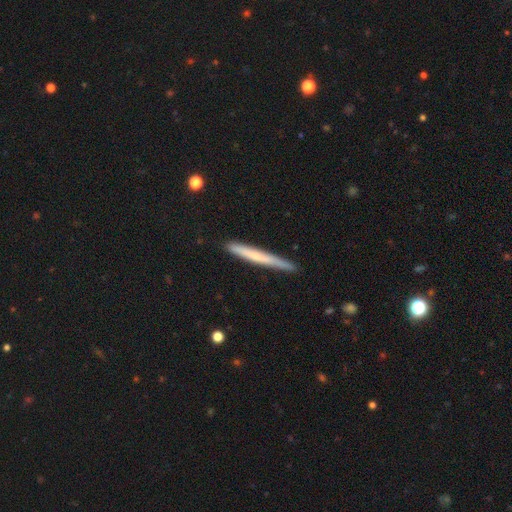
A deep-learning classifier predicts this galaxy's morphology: Q: Smooth or featured?
A: smooth (54%); runner-up: featured or disk (40%)
Q: How rounded?
A: cigar-shaped (97%); runner-up: in between (2%)
Q: Merging?
A: none (83%); runner-up: minor disturbance (13%)